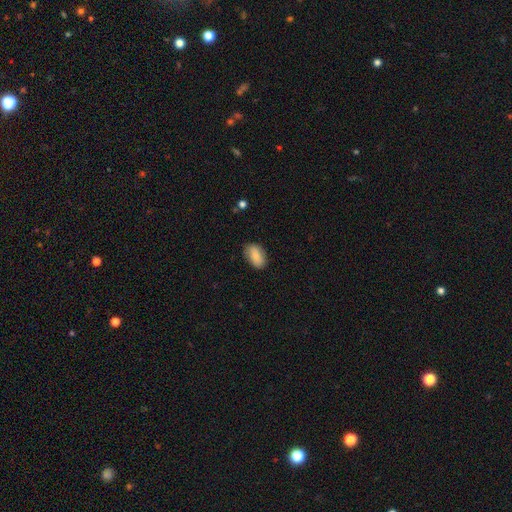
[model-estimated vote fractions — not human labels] Smooth or featured? smooth (83%)
How rounded? in between (92%)
Merging? none (82%)